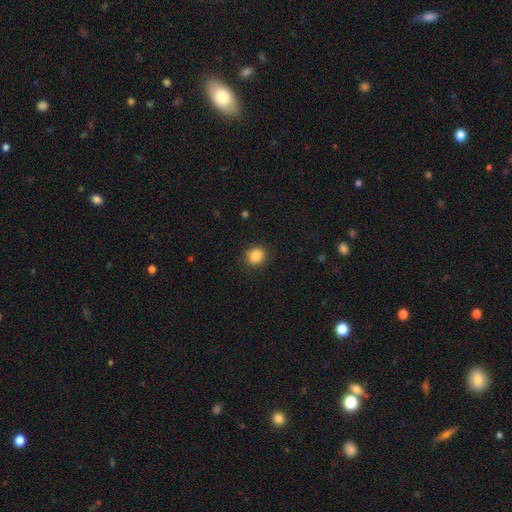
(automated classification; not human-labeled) Overall: smooth (84%). How rounded: round (77%). Merging: none (89%).